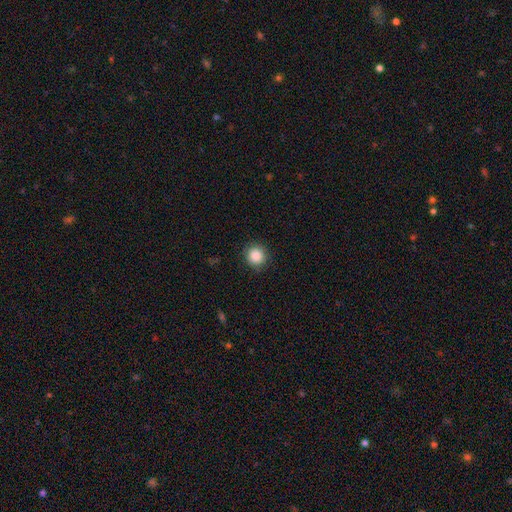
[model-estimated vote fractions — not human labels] smooth_or_featured: smooth (p=0.87) [alt: star or artifact p=0.09]
how_rounded: round (p=0.93) [alt: in between p=0.06]
merging: none (p=0.89) [alt: minor disturbance p=0.07]